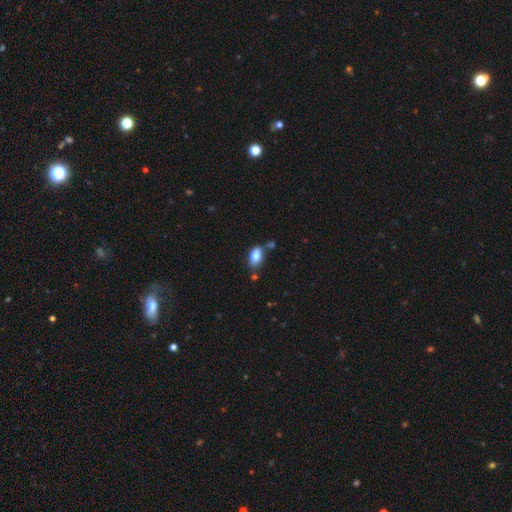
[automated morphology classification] Smooth or featured? Predicted: smooth (p=0.84). How rounded? Predicted: in between (p=0.91). Merging? Predicted: none (p=0.68).